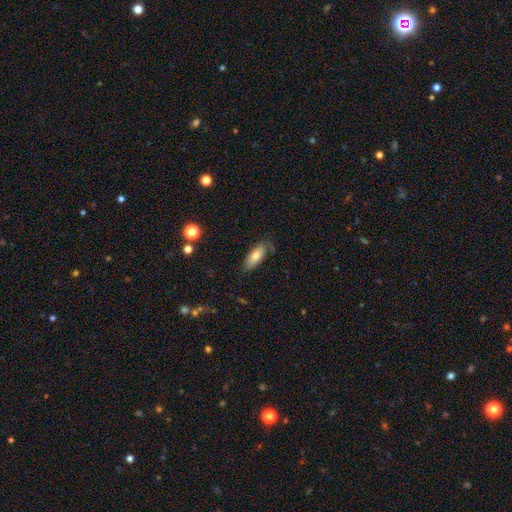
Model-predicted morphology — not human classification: Smooth or featured?
  - smooth: 73% *
  - featured or disk: 19%
  - star or artifact: 7%
How rounded?
  - in between: 74% *
  - cigar-shaped: 24%
  - round: 2%
Merging?
  - none: 70% *
  - minor disturbance: 22%
  - major disturbance: 6%
  - merger: 2%